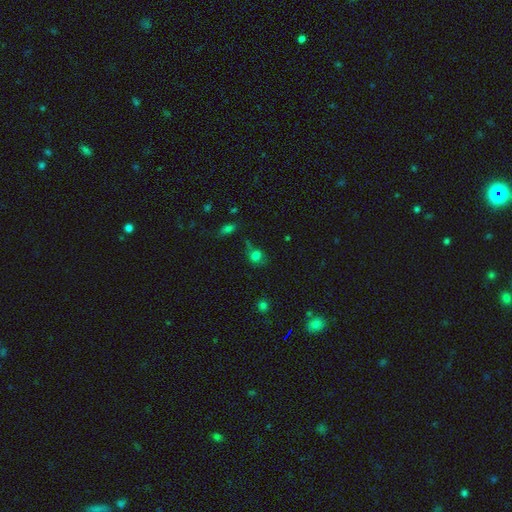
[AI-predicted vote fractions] This appears to be a smooth galaxy with no disk features (74%) that is round (66%). Merging: none (55%).